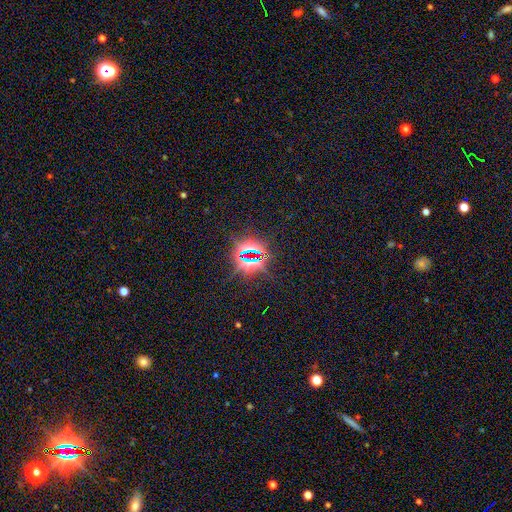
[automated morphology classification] smooth-or-featured: star or artifact: 76% | smooth: 14% | featured or disk: 9%